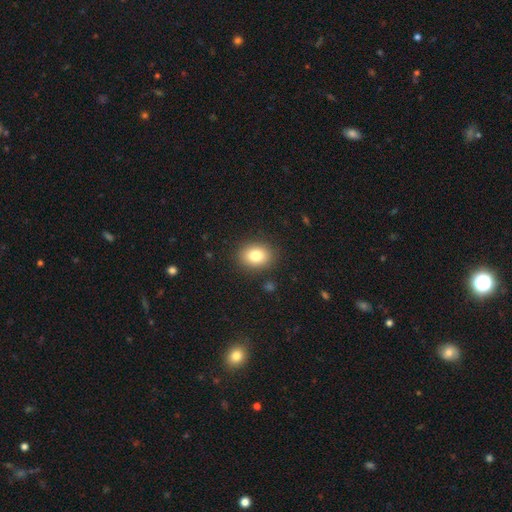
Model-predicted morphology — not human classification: Smooth or featured? smooth (81%)
How rounded? in between (53%)
Merging? none (88%)